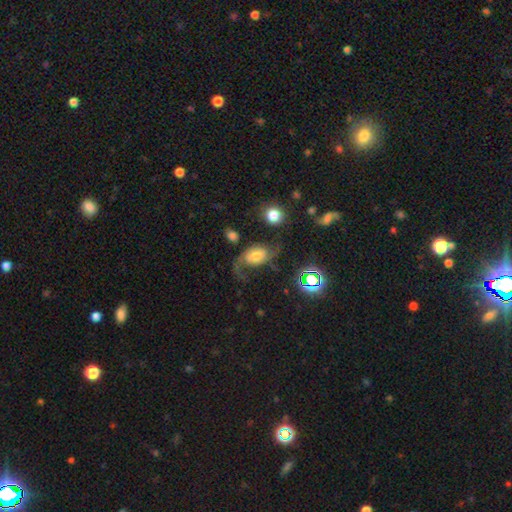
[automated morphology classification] A featured or disk galaxy (67%) with no bar (65%), 2 (82%) loose (70%) spiral arms (90%) and a moderate central bulge (50%). Merging: none (46%).